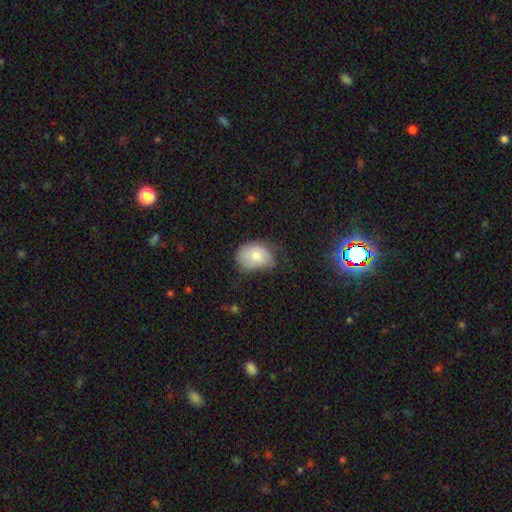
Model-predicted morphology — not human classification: Q: Smooth or featured?
A: smooth (76%); runner-up: featured or disk (16%)
Q: How rounded?
A: in between (70%); runner-up: round (30%)
Q: Merging?
A: none (42%); runner-up: minor disturbance (40%)